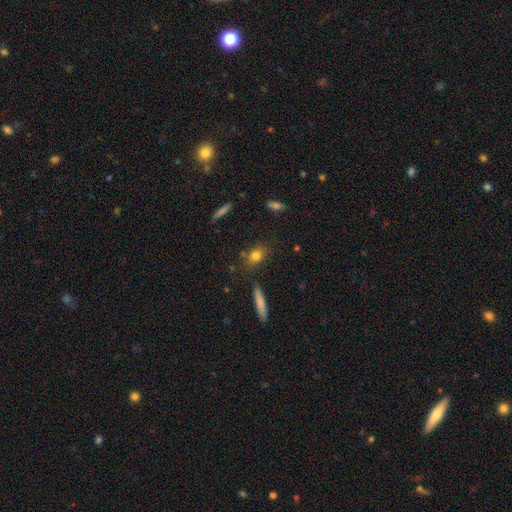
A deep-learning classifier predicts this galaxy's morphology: type=smooth (78%); roundness=in between (67%); merging=none (79%).